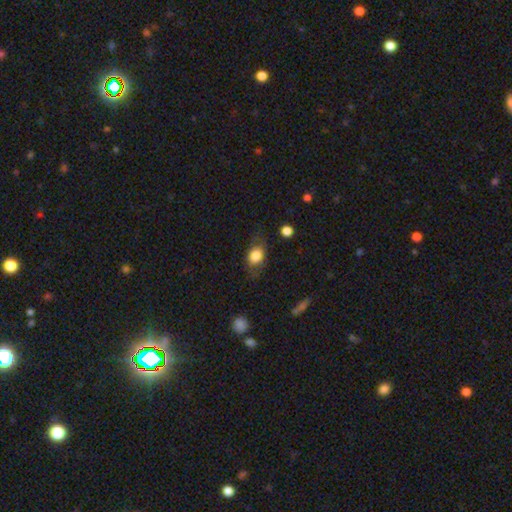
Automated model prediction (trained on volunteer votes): Morphology: type=smooth (79%); roundness=in between (69%); merging=none (68%).